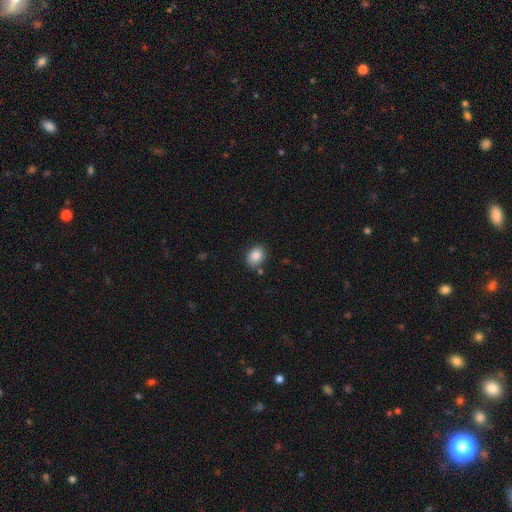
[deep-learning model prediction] smooth-or-featured: smooth: 86% | star or artifact: 8% | featured or disk: 6%
  how-rounded: in between: 63% | round: 36% | cigar-shaped: 1%
  merging: none: 80% | minor disturbance: 12% | merger: 4% | major disturbance: 3%